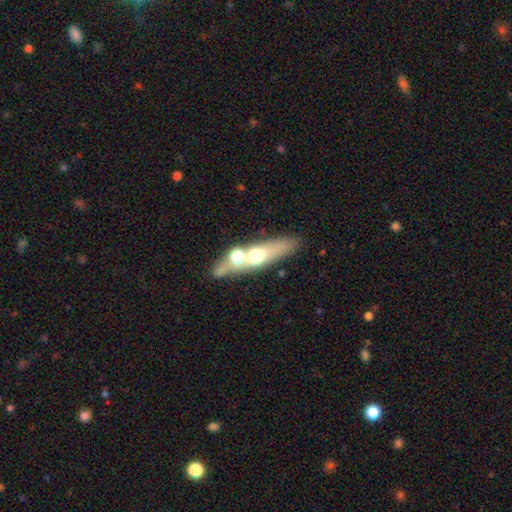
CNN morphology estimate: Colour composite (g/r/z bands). It shows a featured or disk galaxy (51%) viewed edge-on (78%). Merging: none (64%).